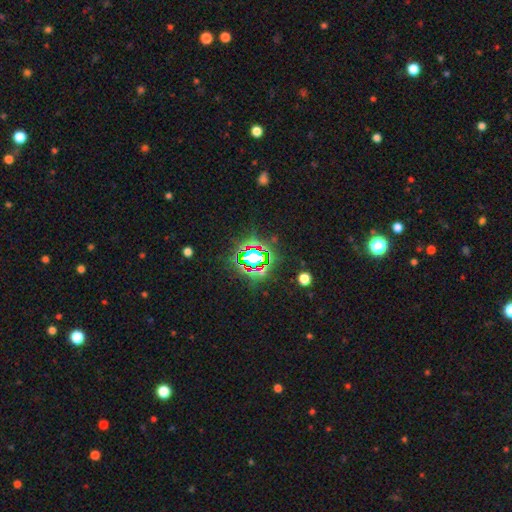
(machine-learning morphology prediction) This is likely a star or artifact rather than a galaxy (74%).